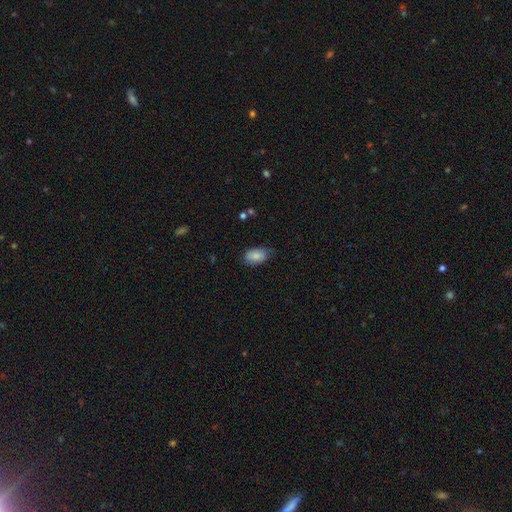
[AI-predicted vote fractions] The model was most divided on "merging": none: 69%, minor disturbance: 25%, major disturbance: 5%, merger: 1%. More confident: how rounded — in between (92%); smooth or featured — smooth (81%).